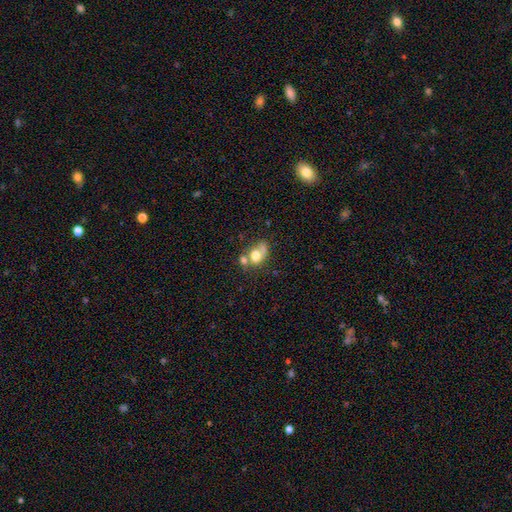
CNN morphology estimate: smooth_or_featured: smooth (p=0.62) [alt: featured or disk p=0.28]
how_rounded: in between (p=0.63) [alt: round p=0.35]
merging: merger (p=0.44) [alt: none p=0.25]